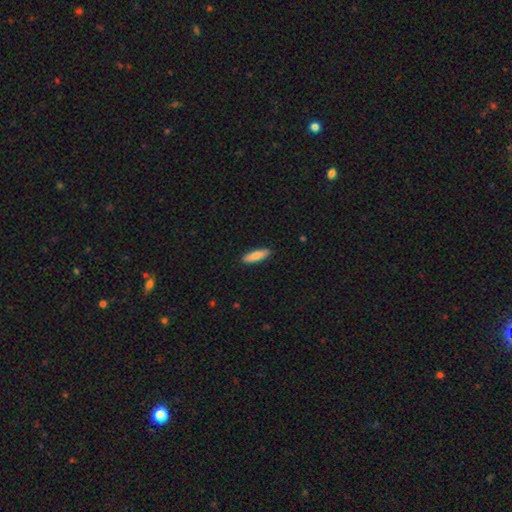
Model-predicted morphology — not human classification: Smooth or featured?
  - smooth: 84% *
  - featured or disk: 10%
  - star or artifact: 6%
How rounded?
  - cigar-shaped: 62% *
  - in between: 37%
  - round: 2%
Merging?
  - none: 89% *
  - minor disturbance: 8%
  - major disturbance: 2%
  - merger: 1%